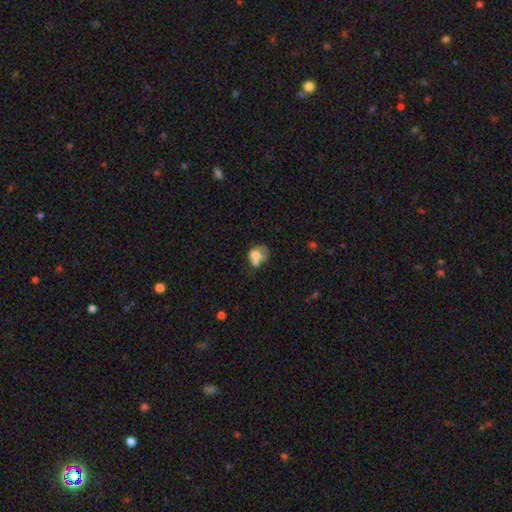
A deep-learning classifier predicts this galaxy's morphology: Smooth or featured: smooth — 70% (featured or disk — 20%)
How rounded: round — 56% (in between — 43%)
Merging: merger — 38% (none — 28%)